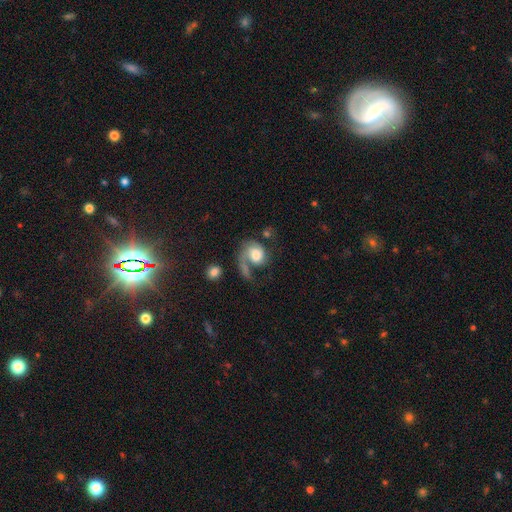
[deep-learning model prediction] Q: Smooth or featured?
A: featured or disk (59%); runner-up: smooth (34%)
Q: Edge-on disk?
A: no (97%); runner-up: yes (3%)
Q: Bar?
A: no (70%); runner-up: weak (25%)
Q: Spiral arms?
A: yes (86%); runner-up: no (14%)
Q: Bulge size?
A: moderate (49%); runner-up: large (30%)
Q: Merging?
A: major disturbance (41%); runner-up: none (31%)